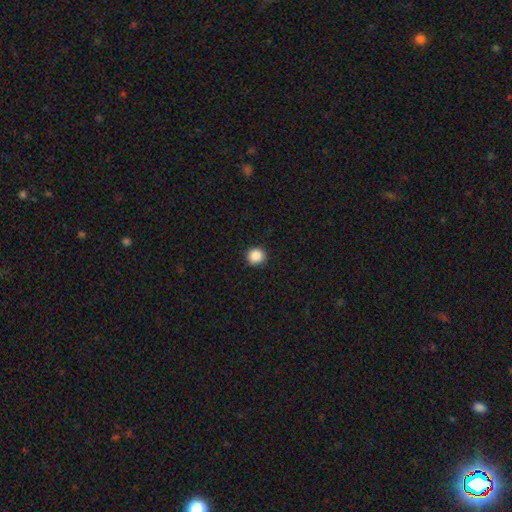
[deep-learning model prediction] Q: Smooth or featured?
A: smooth (88%); runner-up: star or artifact (9%)
Q: How rounded?
A: round (95%); runner-up: in between (4%)
Q: Merging?
A: none (93%); runner-up: minor disturbance (5%)